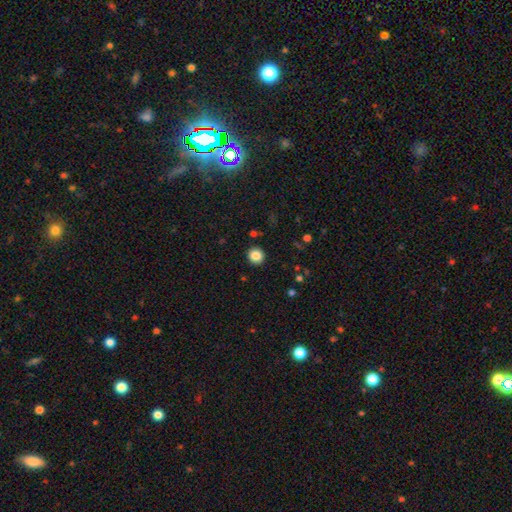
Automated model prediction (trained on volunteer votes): Q: Smooth or featured?
A: smooth (86%); runner-up: star or artifact (10%)
Q: How rounded?
A: round (91%); runner-up: in between (8%)
Q: Merging?
A: none (92%); runner-up: minor disturbance (5%)